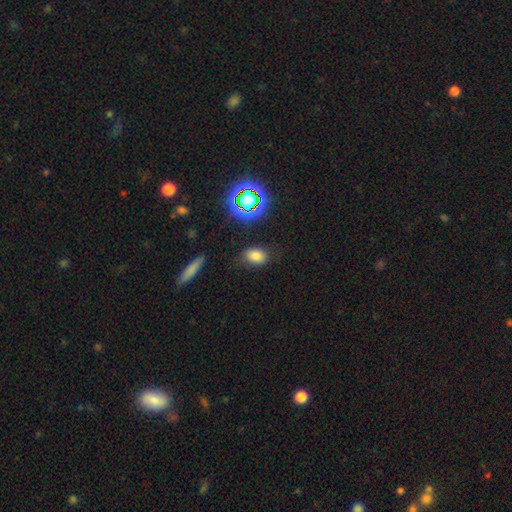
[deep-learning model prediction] smooth_or_featured: smooth (p=0.76) [alt: star or artifact p=0.16]
how_rounded: in between (p=0.81) [alt: round p=0.17]
merging: none (p=0.77) [alt: minor disturbance p=0.16]